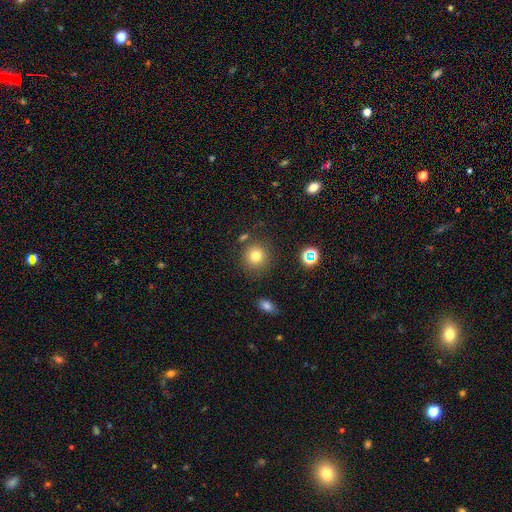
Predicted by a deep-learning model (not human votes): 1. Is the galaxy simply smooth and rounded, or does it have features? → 77% smooth, 14% star or artifact, 9% featured or disk.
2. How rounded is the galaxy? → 93% round, 6% in between, 1% cigar-shaped.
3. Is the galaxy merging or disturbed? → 83% none, 9% minor disturbance, 5% merger, 4% major disturbance.